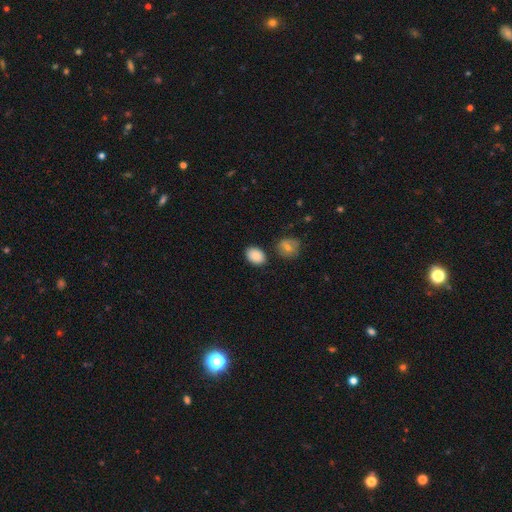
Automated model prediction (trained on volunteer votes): smooth-or-featured: smooth: 88% | star or artifact: 8% | featured or disk: 4%
  how-rounded: in between: 75% | round: 24% | cigar-shaped: 1%
  merging: none: 83% | minor disturbance: 10% | merger: 5% | major disturbance: 3%